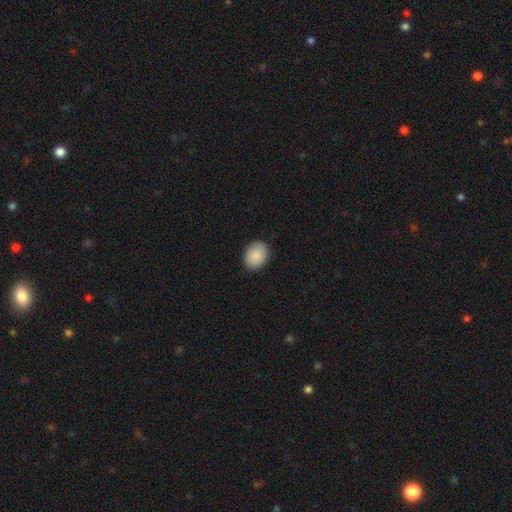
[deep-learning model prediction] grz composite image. It shows a smooth galaxy with no disk features (87%) that is in between round and cigar-shaped (62%). Merging: none (87%).